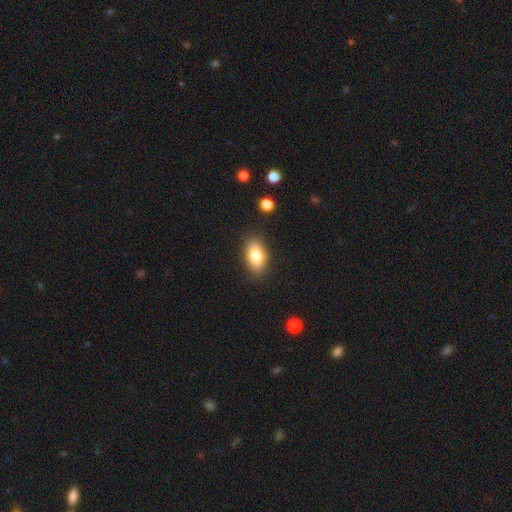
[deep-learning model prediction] A smooth galaxy with no disk features (82%) that is in between round and cigar-shaped (89%). Merging: none (84%).